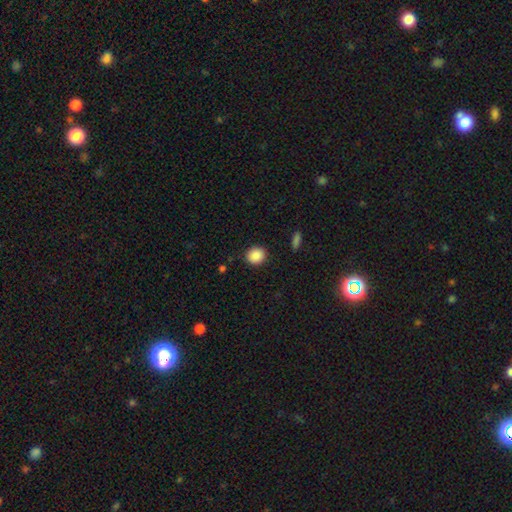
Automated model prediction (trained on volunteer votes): Smooth or featured: smooth — 89% (star or artifact — 8%)
How rounded: round — 80% (in between — 19%)
Merging: none — 88% (minor disturbance — 8%)